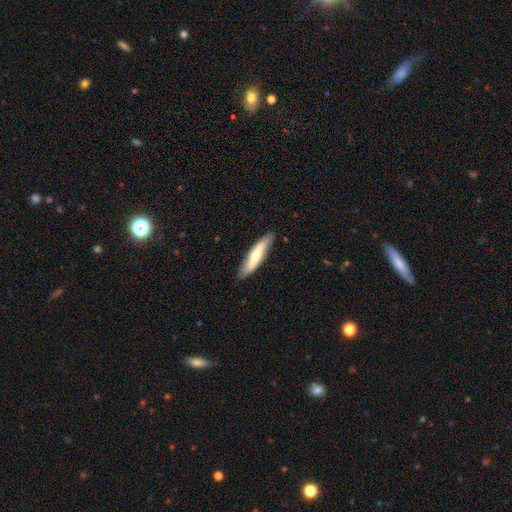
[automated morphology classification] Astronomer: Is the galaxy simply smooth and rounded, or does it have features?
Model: smooth — 59% (runner-up: featured or disk, 36%).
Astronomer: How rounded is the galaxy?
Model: cigar-shaped — 80%.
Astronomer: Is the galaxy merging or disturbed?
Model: none — 86%.